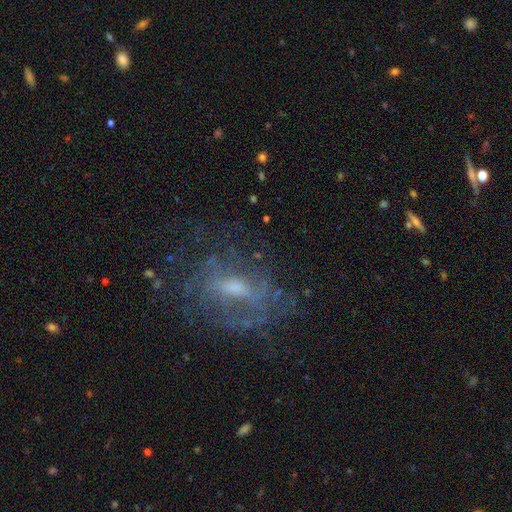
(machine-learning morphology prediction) Smooth or featured: featured or disk — 59% (smooth — 22%)
Edge-on disk: no — 89% (yes — 11%)
Bar: weak — 44% (no — 38%)
Spiral arms: yes — 51% (no — 49%)
Bulge size: moderate — 44% (small — 40%)
Merging: none — 63% (minor disturbance — 19%)